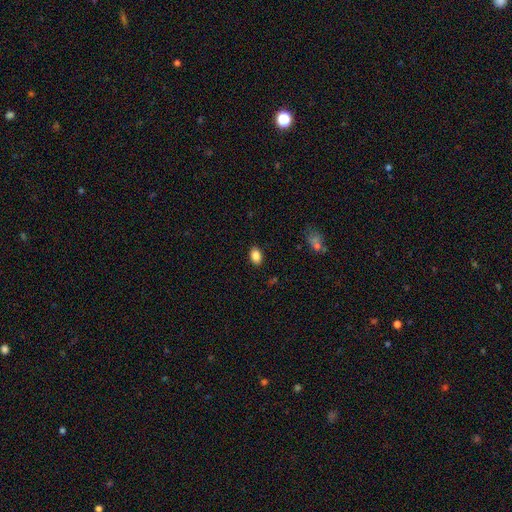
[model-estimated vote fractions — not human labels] Smooth or featured? smooth (87%)
How rounded? in between (81%)
Merging? none (88%)